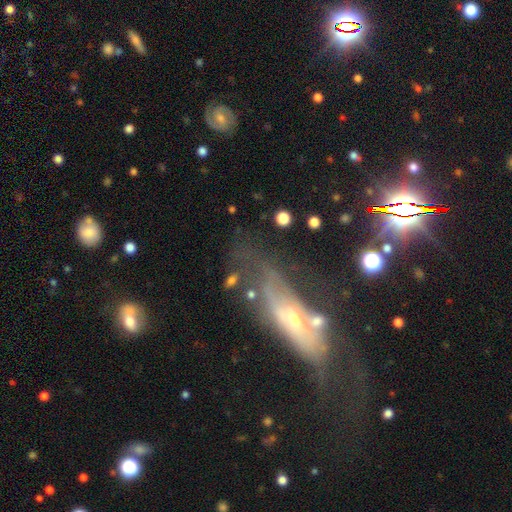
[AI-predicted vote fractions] Smooth or featured? Predicted: featured or disk (p=0.57). Edge-on disk? Predicted: no (p=0.60). Merging? Predicted: none (p=0.47).